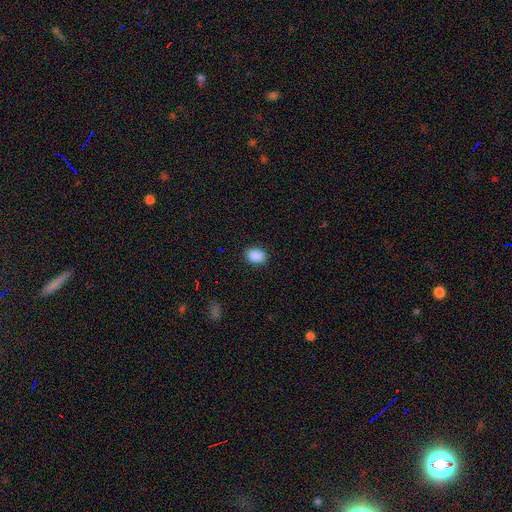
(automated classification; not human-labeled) The model was most divided on "how rounded": in between: 68%, round: 31%, cigar-shaped: 1%. More confident: smooth or featured — smooth (89%); merging — none (88%).